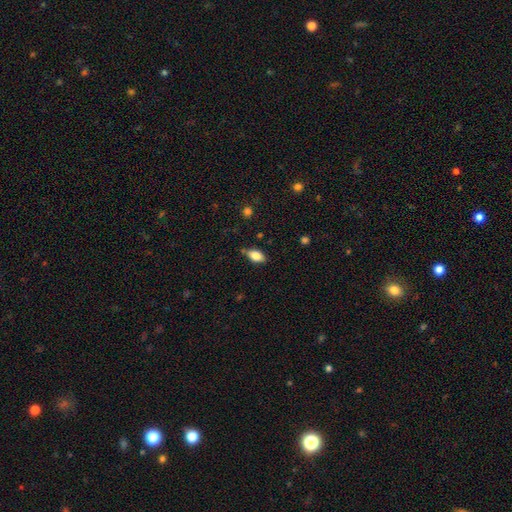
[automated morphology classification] Smooth or featured? smooth (80%)
How rounded? in between (90%)
Merging? none (78%)